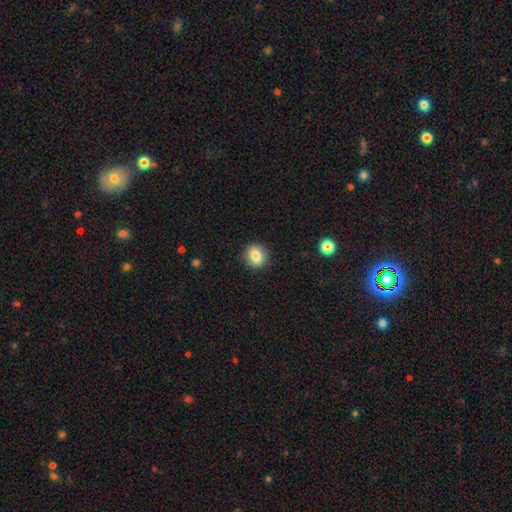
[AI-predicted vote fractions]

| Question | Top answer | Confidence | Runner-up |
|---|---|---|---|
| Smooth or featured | smooth | 79% | featured or disk (12%) |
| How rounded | round | 79% | in between (19%) |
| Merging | none | 90% | minor disturbance (7%) |